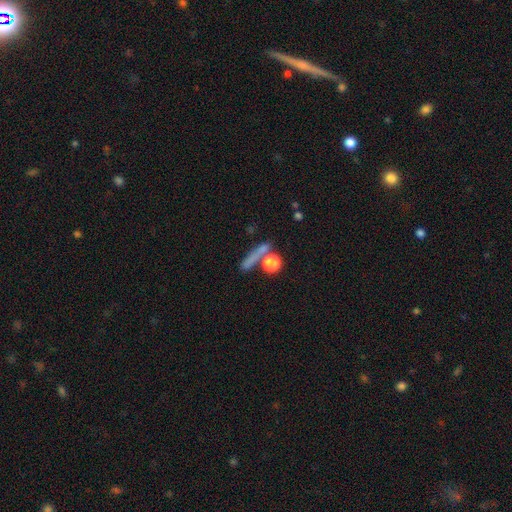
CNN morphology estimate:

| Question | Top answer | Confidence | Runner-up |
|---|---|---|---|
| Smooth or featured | smooth | 60% | star or artifact (21%) |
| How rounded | round | 42% | cigar-shaped (41%) |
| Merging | none | 65% | merger (17%) |